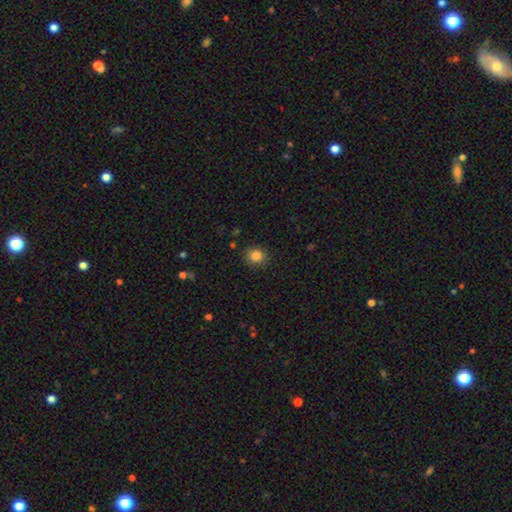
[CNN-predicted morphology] smooth-or-featured: smooth: 84% | star or artifact: 11% | featured or disk: 5%
  how-rounded: round: 83% | in between: 17% | cigar-shaped: 1%
  merging: none: 89% | minor disturbance: 8% | major disturbance: 2% | merger: 1%